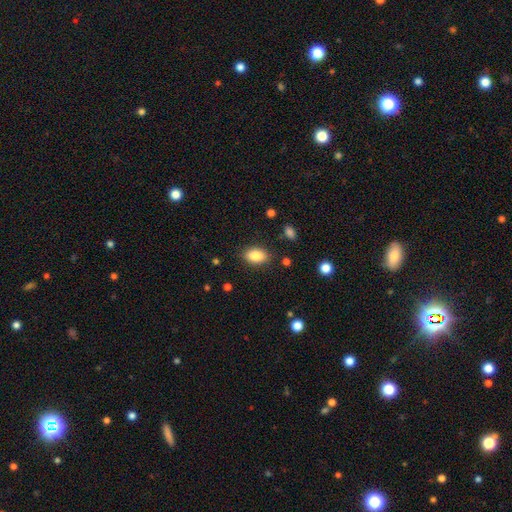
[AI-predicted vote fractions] This appears to be a smooth galaxy with no disk features (86%) that is in between round and cigar-shaped (89%). Merging: none (87%).